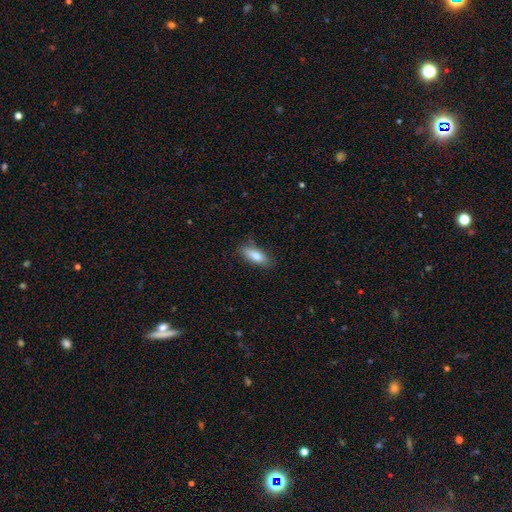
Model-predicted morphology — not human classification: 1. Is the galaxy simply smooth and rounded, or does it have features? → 81% smooth, 12% featured or disk, 7% star or artifact.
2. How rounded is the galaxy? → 68% in between, 29% cigar-shaped, 2% round.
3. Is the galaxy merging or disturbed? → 79% none, 17% minor disturbance, 3% major disturbance, 1% merger.